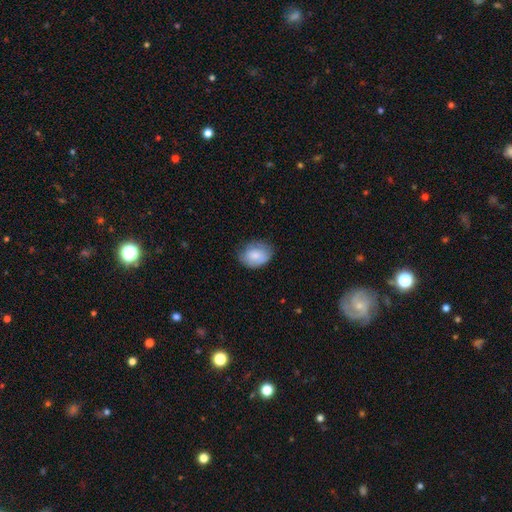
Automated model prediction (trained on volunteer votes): Morphology: type=smooth (81%); roundness=in between (70%); merging=none (67%).